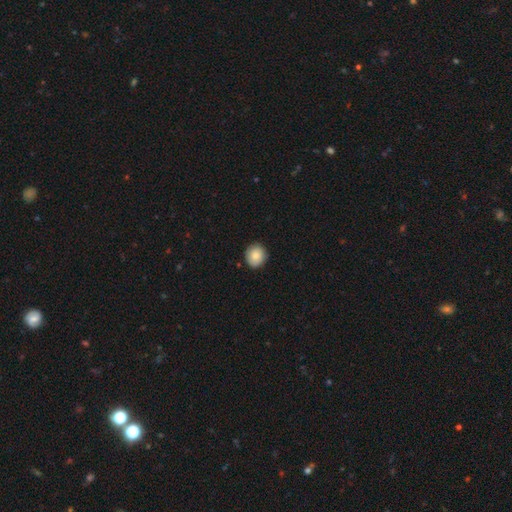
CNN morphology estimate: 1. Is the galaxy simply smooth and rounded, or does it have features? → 85% smooth, 8% star or artifact, 7% featured or disk.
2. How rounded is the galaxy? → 83% round, 16% in between, 1% cigar-shaped.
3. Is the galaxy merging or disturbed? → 89% none, 8% minor disturbance, 2% major disturbance, 1% merger.